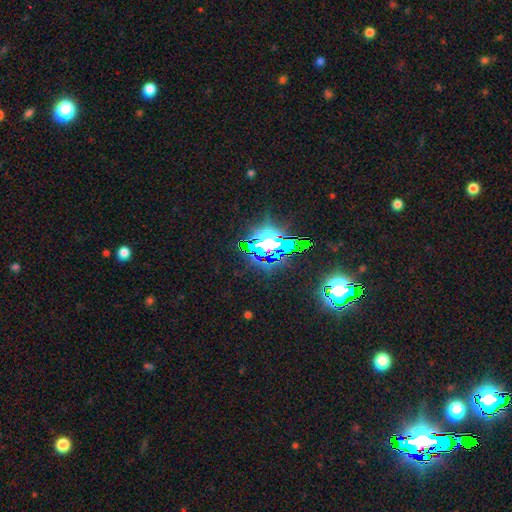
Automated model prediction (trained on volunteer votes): This appears to be a star or artifact, not a galaxy (82%).